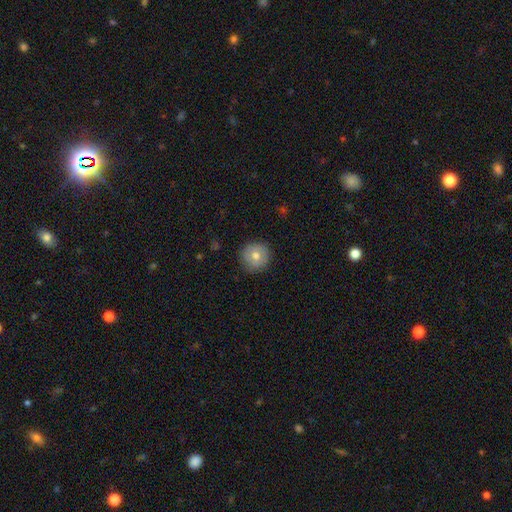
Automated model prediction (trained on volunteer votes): smooth_or_featured: smooth (p=0.73) [alt: featured or disk p=0.19]
how_rounded: round (p=0.94) [alt: in between p=0.05]
merging: none (p=0.86) [alt: minor disturbance p=0.10]